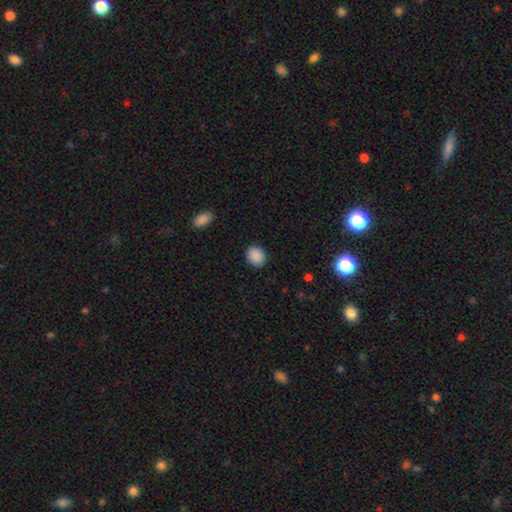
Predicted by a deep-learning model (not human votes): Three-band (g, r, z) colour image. It shows a smooth galaxy with no disk features (89%) that is round (66%). Merging: none (89%).